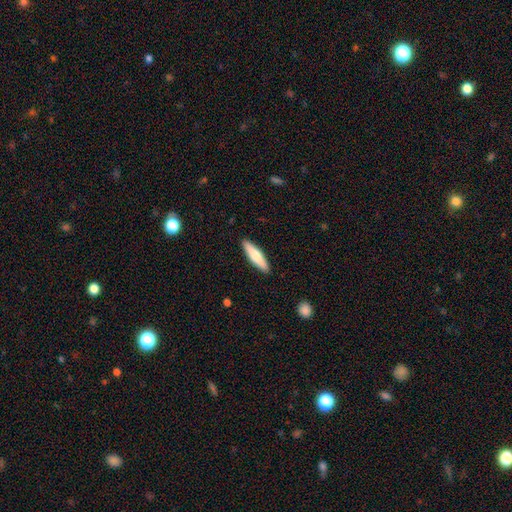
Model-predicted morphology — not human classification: Smooth or featured? Predicted: smooth (p=0.66). How rounded? Predicted: cigar-shaped (p=0.73). Merging? Predicted: none (p=0.90).